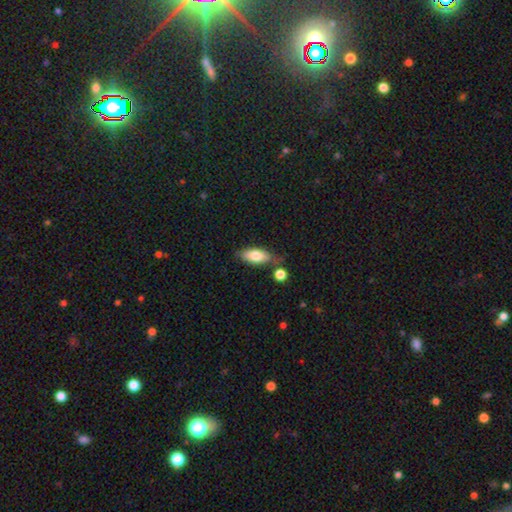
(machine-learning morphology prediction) type=smooth (76%); roundness=in between (82%); merging=none (62%).